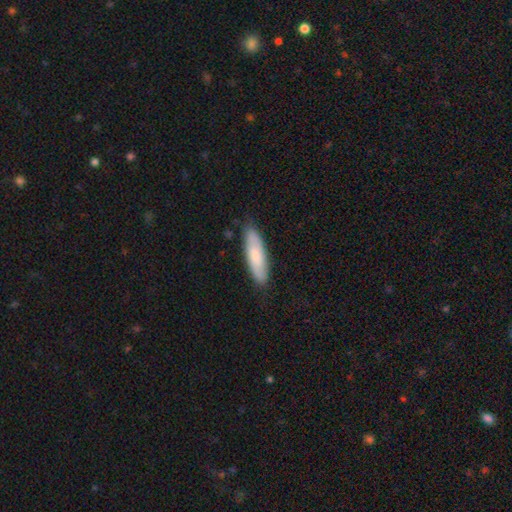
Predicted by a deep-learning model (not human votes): Q: Smooth or featured?
A: smooth (76%); runner-up: featured or disk (19%)
Q: How rounded?
A: cigar-shaped (59%); runner-up: in between (40%)
Q: Merging?
A: none (83%); runner-up: minor disturbance (14%)